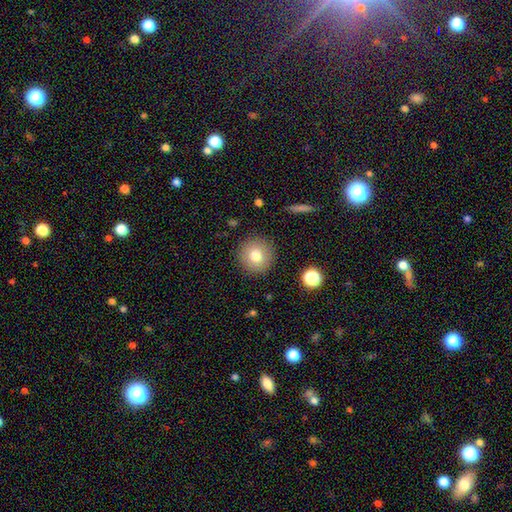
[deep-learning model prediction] Morphology: type=smooth (77%); roundness=round (95%); merging=none (90%).